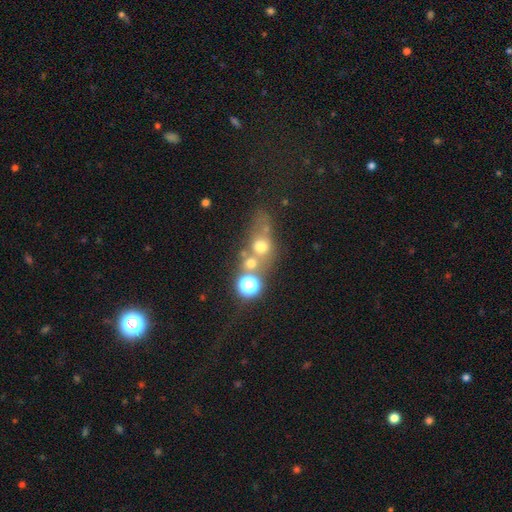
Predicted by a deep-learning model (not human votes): smooth_or_featured: smooth (p=0.44) [alt: featured or disk p=0.29]
merging: merger (p=0.40) [alt: none p=0.39]